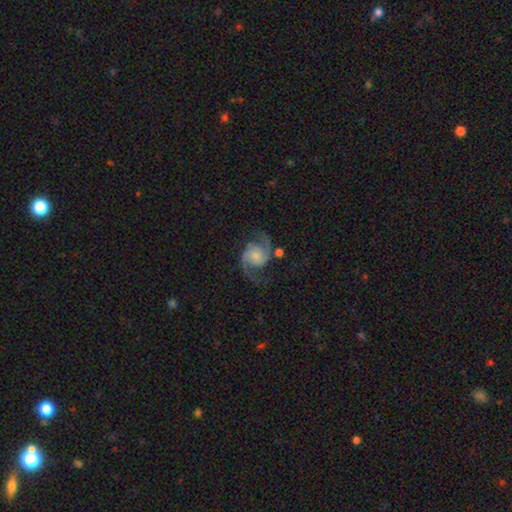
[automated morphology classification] smooth_or_featured: featured or disk (p=0.88) [alt: smooth p=0.06]
disk_edge_on: no (p=0.98) [alt: yes p=0.02]
bar: no (p=0.70) [alt: weak p=0.25]
has_spiral_arms: yes (p=0.98) [alt: no p=0.02]
spiral_winding: medium (p=0.51) [alt: loose p=0.37]
spiral_arm_count: 2 (p=0.94) [alt: can't tell p=0.02]
bulge_size: small (p=0.45) [alt: moderate p=0.28]
merging: none (p=0.72) [alt: minor disturbance p=0.15]